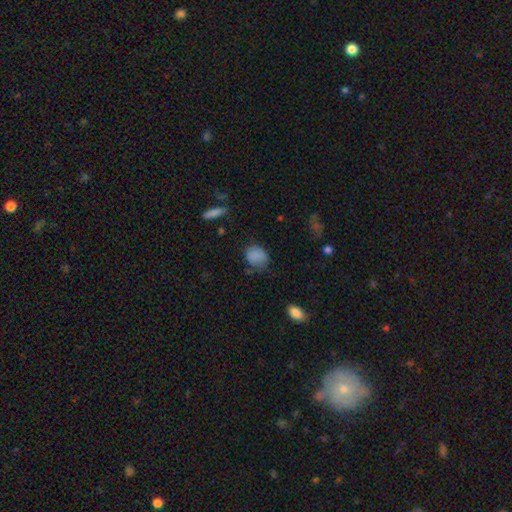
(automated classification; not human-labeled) Q: Smooth or featured?
A: smooth (83%); runner-up: star or artifact (10%)
Q: How rounded?
A: round (53%); runner-up: in between (46%)
Q: Merging?
A: none (61%); runner-up: minor disturbance (28%)